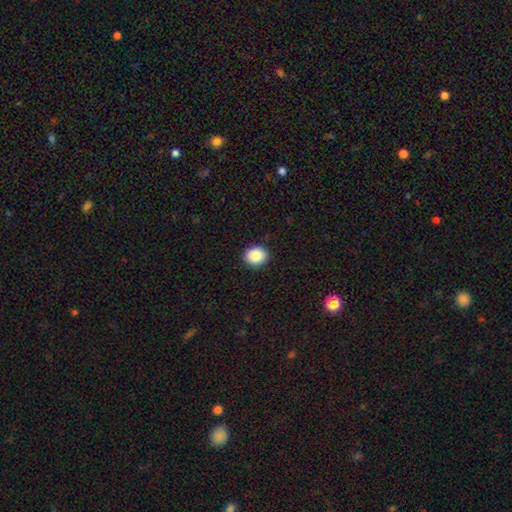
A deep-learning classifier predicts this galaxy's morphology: Q: Smooth or featured?
A: smooth (87%); runner-up: star or artifact (8%)
Q: How rounded?
A: round (66%); runner-up: in between (33%)
Q: Merging?
A: none (92%); runner-up: minor disturbance (6%)